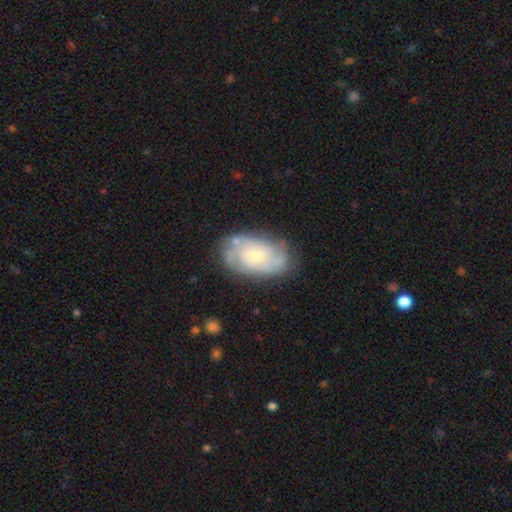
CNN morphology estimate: Smooth or featured? Predicted: featured or disk (p=0.76). Edge-on disk? Predicted: no (p=0.96). Bar? Predicted: no (p=0.71). Spiral arms? Predicted: yes (p=0.92). Spiral winding? Predicted: tight (p=0.53). Spiral arm count? Predicted: 2 (p=0.46). Bulge size? Predicted: small (p=0.55). Merging? Predicted: none (p=0.72).